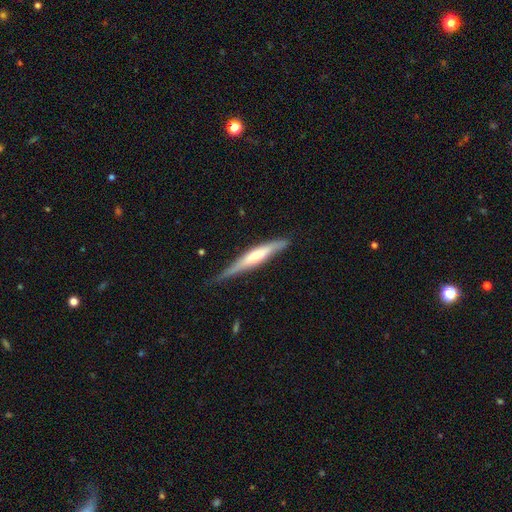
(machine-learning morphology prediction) Overall: featured or disk (62%; smooth 32%). Edge-on disk: yes (93%). Edge-on bulge: rounded (63%). Merging: none (70%).